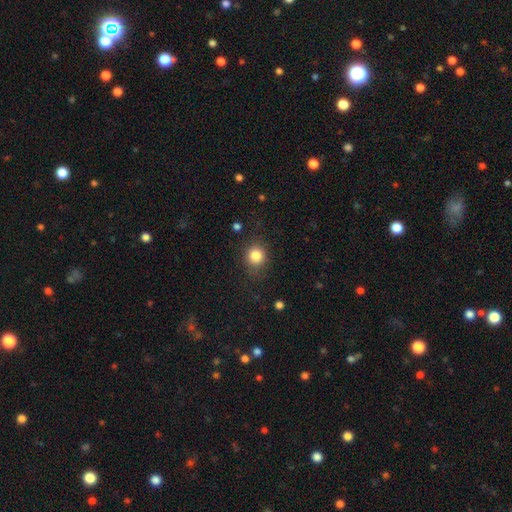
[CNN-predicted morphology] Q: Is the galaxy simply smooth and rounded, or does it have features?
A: smooth — 84%.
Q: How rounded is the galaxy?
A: round — 81%.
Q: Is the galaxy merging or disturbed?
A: none — 79%.